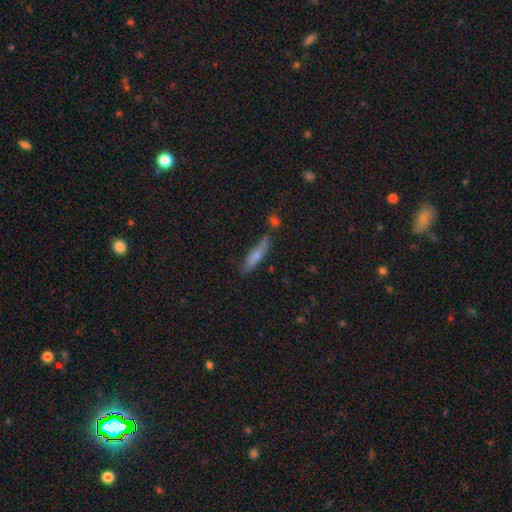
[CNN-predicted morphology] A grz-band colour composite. It shows a smooth galaxy with no disk features (58%) that is cigar-shaped (79%). Merging: none (70%).